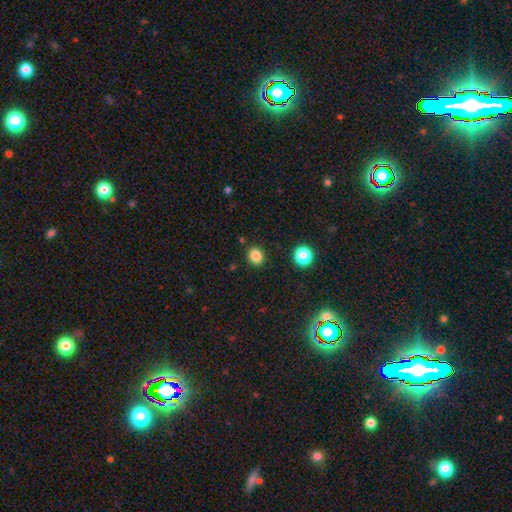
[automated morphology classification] smooth-or-featured: smooth: 84% | star or artifact: 12% | featured or disk: 4%
  how-rounded: round: 63% | in between: 36% | cigar-shaped: 1%
  merging: none: 88% | minor disturbance: 8% | major disturbance: 2% | merger: 2%